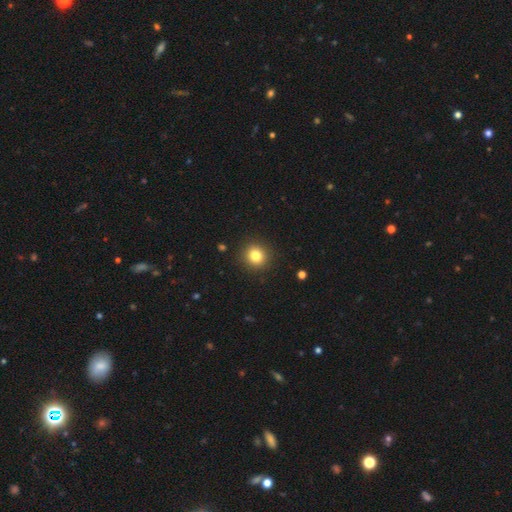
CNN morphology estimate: This appears to be a smooth galaxy with no disk features (81%) that is round (92%). Merging: none (92%).